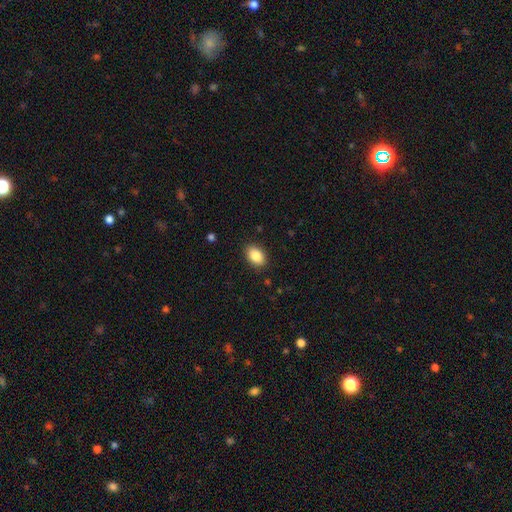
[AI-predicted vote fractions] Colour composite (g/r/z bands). It shows a smooth galaxy with no disk features (87%) that is in between round and cigar-shaped (88%). Merging: none (88%).